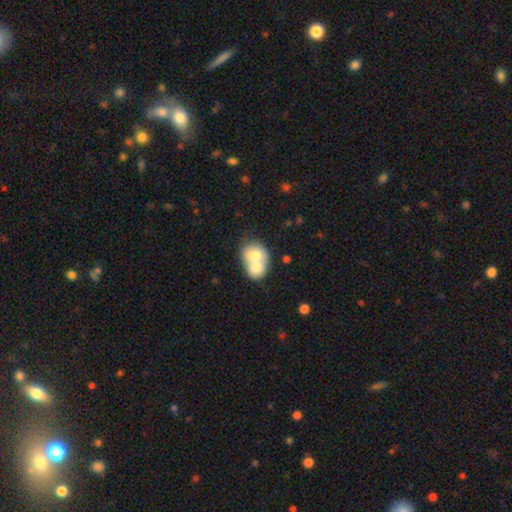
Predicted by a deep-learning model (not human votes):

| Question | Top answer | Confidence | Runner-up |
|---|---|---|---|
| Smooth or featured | smooth | 69% | featured or disk (24%) |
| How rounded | round | 55% | in between (44%) |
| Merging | merger | 78% | none (15%) |